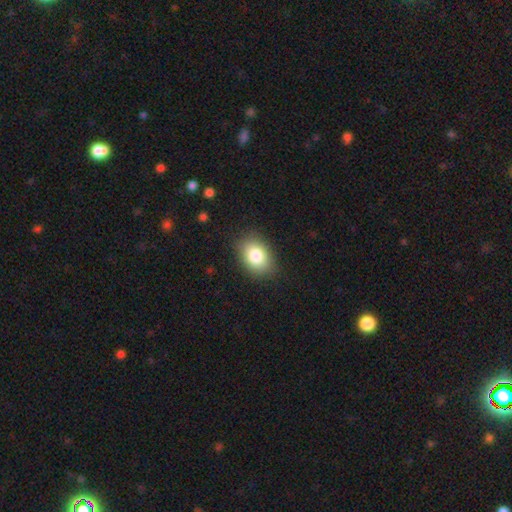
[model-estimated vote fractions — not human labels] This appears to be a smooth galaxy with no disk features (83%) that is in between round and cigar-shaped (77%). Merging: none (85%).